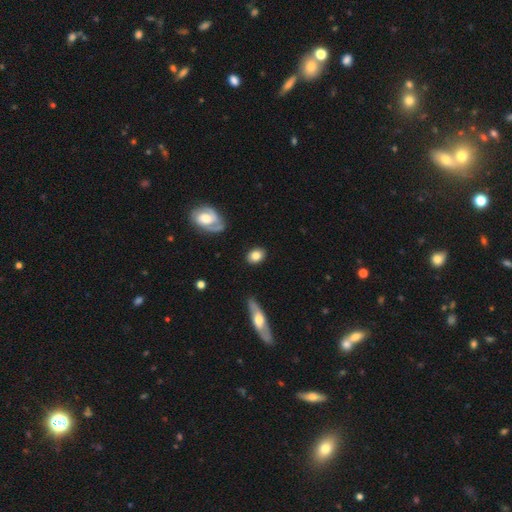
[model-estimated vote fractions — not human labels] Smooth or featured? smooth (77%)
How rounded? in between (69%)
Merging? none (84%)